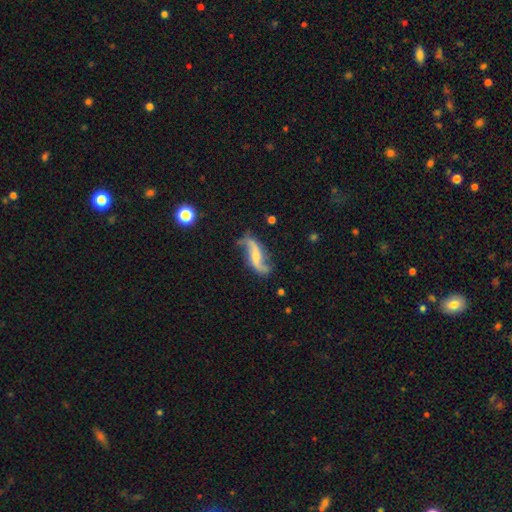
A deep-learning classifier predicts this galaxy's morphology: Smooth or featured? featured or disk (84%)
Edge-on disk? no (92%)
Bar? no (42%)
Spiral arms? yes (95%)
Spiral winding? loose (90%)
Spiral arm count? 2 (93%)
Bulge size? small (50%)
Merging? none (69%)